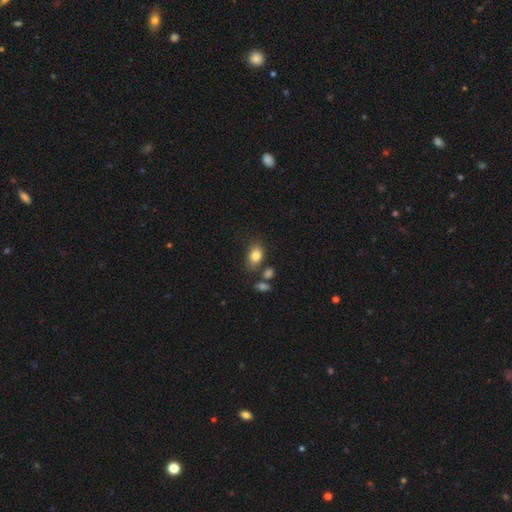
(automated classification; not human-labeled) Smooth or featured? Predicted: smooth (p=0.82). How rounded? Predicted: in between (p=0.76). Merging? Predicted: none (p=0.65).